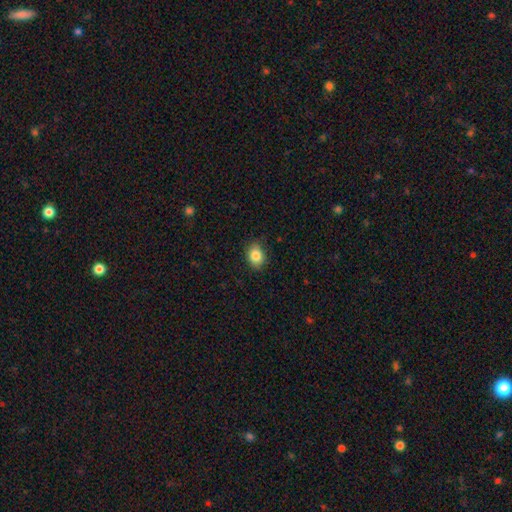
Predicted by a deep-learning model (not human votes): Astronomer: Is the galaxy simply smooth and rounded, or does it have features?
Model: smooth — 85%.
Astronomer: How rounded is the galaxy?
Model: in between — 61% (runner-up: round, 38%).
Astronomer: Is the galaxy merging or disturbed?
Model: none — 84%.